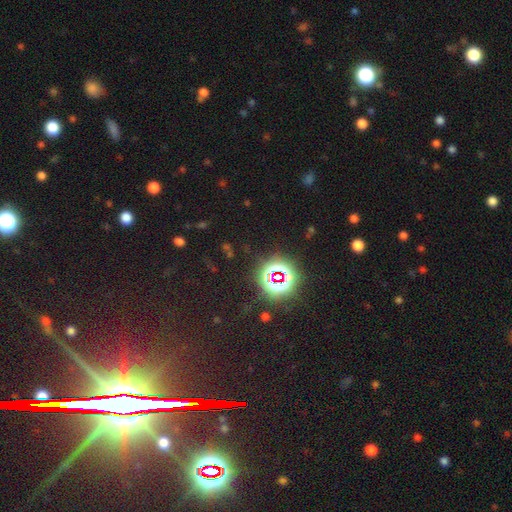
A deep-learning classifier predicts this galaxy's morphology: Smooth or featured: star or artifact — 84% (featured or disk — 9%)